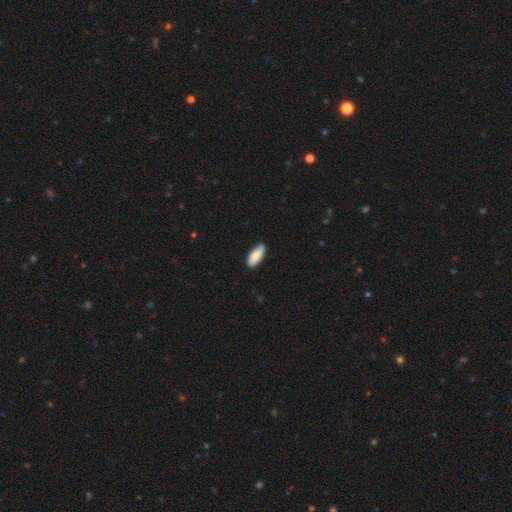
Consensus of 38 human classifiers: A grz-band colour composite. It shows a smooth galaxy with no disk features (82%) that is in between round and cigar-shaped (65%). Merging: none (70%).